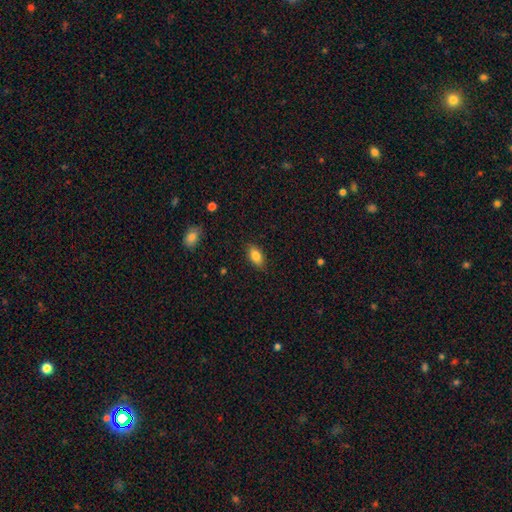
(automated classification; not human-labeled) smooth-or-featured: smooth: 84% | featured or disk: 9% | star or artifact: 8%
  how-rounded: in between: 90% | round: 5% | cigar-shaped: 5%
  merging: none: 86% | minor disturbance: 11% | major disturbance: 2% | merger: 1%